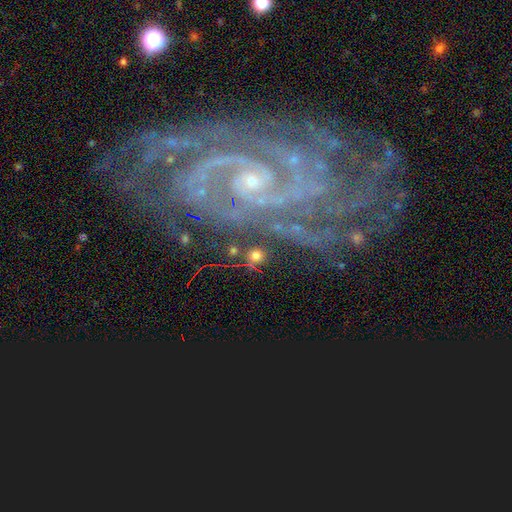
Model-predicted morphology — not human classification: A smooth galaxy with no disk features (70%) that is round (91%).

Vote fractions:
- Smooth or featured? smooth: 70% / featured or disk: 16% / star or artifact: 14%
- How rounded? round: 91% / in between: 8% / cigar-shaped: 1%
- Merging? none: 81% / minor disturbance: 9% / merger: 5% / major disturbance: 5%